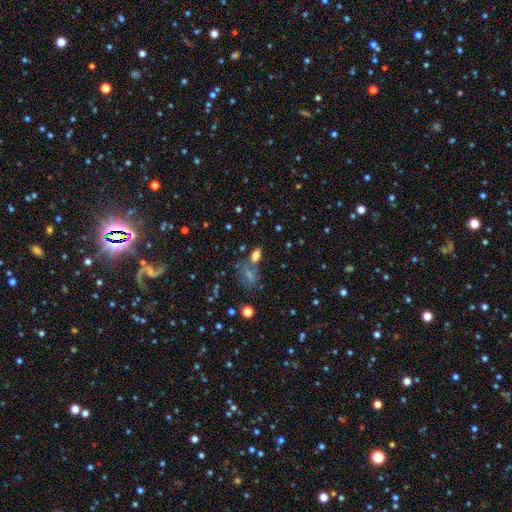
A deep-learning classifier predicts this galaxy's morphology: type=smooth (72%); roundness=in between (84%); merging=none (55%).